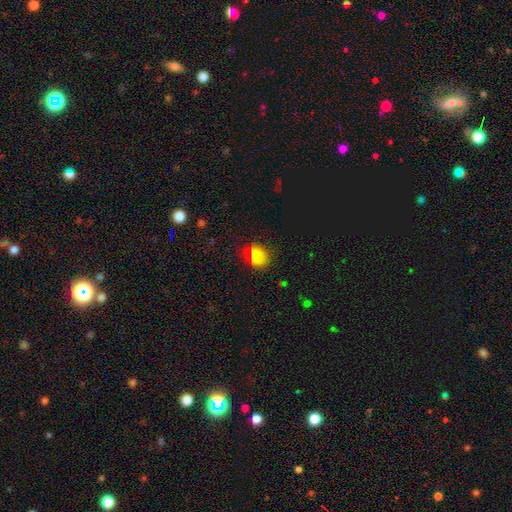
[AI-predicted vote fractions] A smooth galaxy with no disk features (75%) that is in between round and cigar-shaped (51%).

Vote fractions:
- Smooth or featured? smooth: 75% / star or artifact: 18% / featured or disk: 7%
- How rounded? in between: 51% / round: 48% / cigar-shaped: 1%
- Merging? none: 70% / minor disturbance: 21% / major disturbance: 7% / merger: 2%